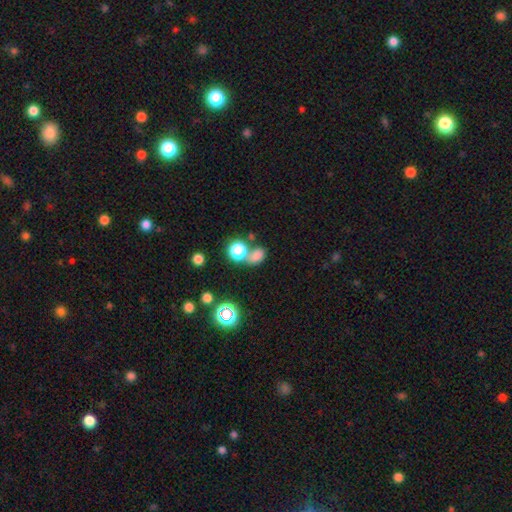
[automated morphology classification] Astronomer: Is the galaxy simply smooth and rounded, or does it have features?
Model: smooth — 69%.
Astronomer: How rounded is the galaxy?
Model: in between — 55% (runner-up: round, 43%).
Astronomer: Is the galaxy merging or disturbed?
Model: merger — 45% (runner-up: none, 34%).